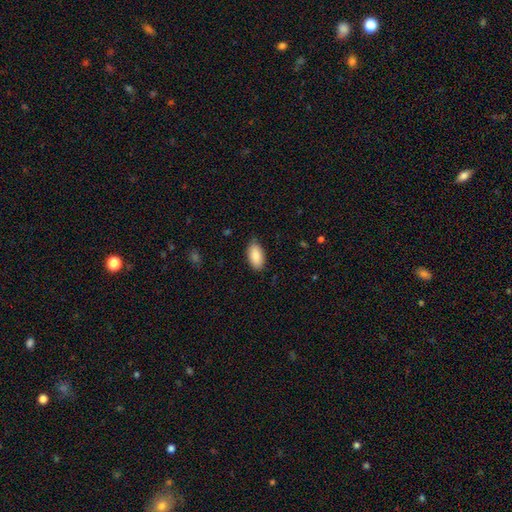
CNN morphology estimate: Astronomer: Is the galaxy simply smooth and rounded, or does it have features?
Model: smooth — 86%.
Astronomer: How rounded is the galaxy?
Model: in between — 94%.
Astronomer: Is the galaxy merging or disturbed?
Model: none — 82%.